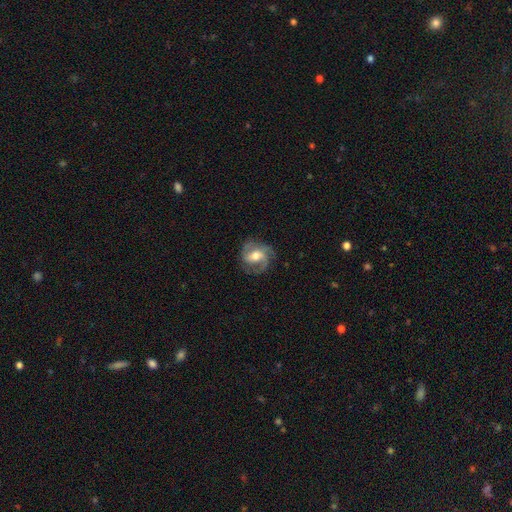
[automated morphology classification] smooth_or_featured: featured or disk (p=0.82) [alt: smooth p=0.12]
disk_edge_on: no (p=0.97) [alt: yes p=0.03]
bar: weak (p=0.44) [alt: no p=0.37]
has_spiral_arms: yes (p=0.95) [alt: no p=0.05]
spiral_winding: medium (p=0.49) [alt: tight p=0.35]
spiral_arm_count: 3 (p=0.43) [alt: 2 p=0.35]
bulge_size: moderate (p=0.69) [alt: small p=0.17]
merging: none (p=0.71) [alt: minor disturbance p=0.17]